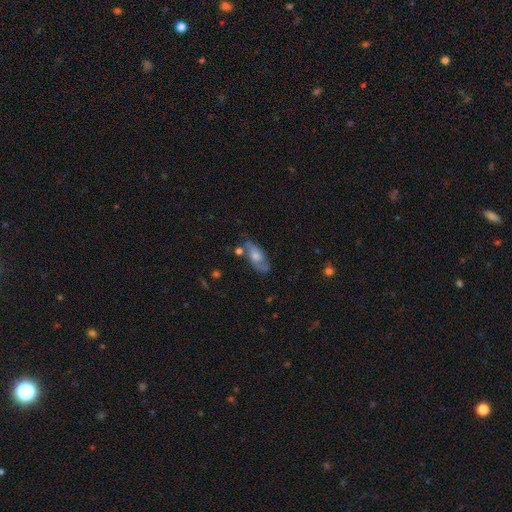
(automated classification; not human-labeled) Morphology: type=featured or disk (50%); edge-on=no (81%); merging=none (62%).